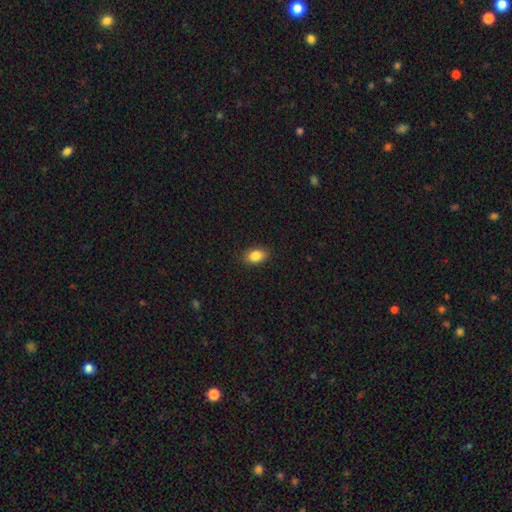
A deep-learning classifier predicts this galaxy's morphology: Smooth or featured?
  - smooth: 85% *
  - star or artifact: 8%
  - featured or disk: 6%
How rounded?
  - in between: 85% *
  - round: 13%
  - cigar-shaped: 2%
Merging?
  - none: 88% *
  - minor disturbance: 9%
  - major disturbance: 2%
  - merger: 1%